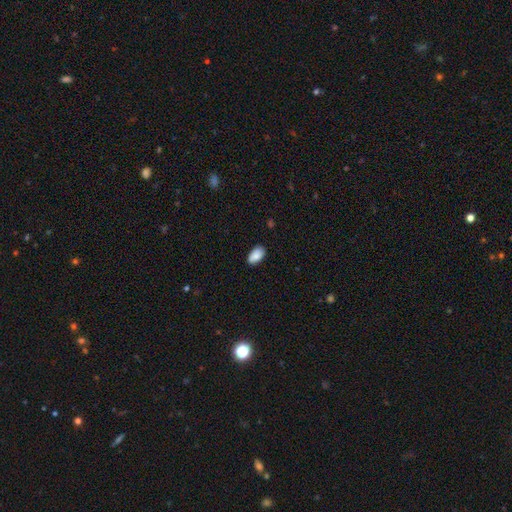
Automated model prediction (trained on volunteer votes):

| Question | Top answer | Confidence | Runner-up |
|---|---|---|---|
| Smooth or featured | smooth | 86% | featured or disk (7%) |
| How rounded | in between | 94% | round (4%) |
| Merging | none | 82% | minor disturbance (15%) |